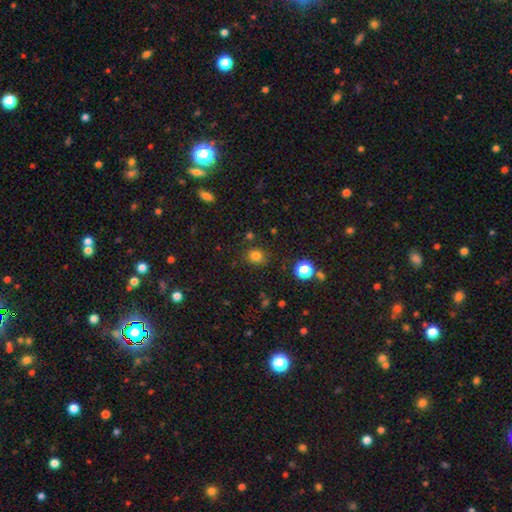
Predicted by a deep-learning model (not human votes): This is likely a smooth galaxy (79%). How rounded: likely round (75%). Merging: clearly none (82%).